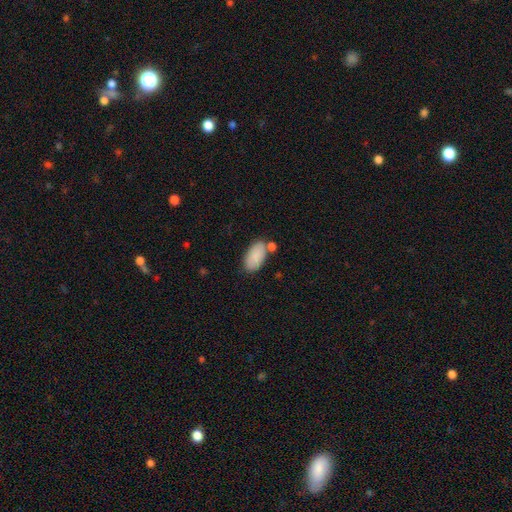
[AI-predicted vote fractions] Smooth or featured? Predicted: smooth (p=0.88). How rounded? Predicted: in between (p=0.95). Merging? Predicted: none (p=0.69).